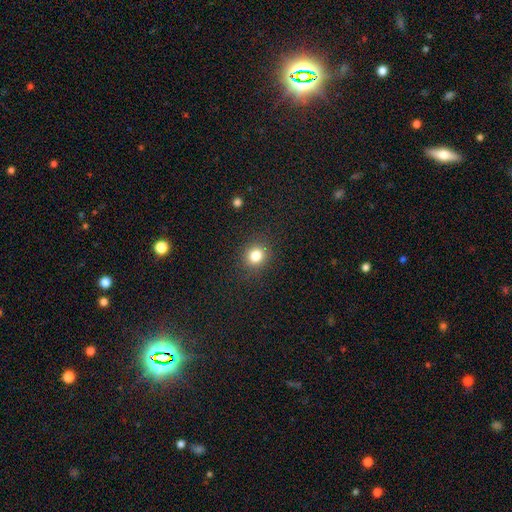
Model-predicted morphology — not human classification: smooth-or-featured: smooth: 82% | star or artifact: 12% | featured or disk: 6%
  how-rounded: round: 79% | in between: 20% | cigar-shaped: 1%
  merging: none: 88% | minor disturbance: 8% | major disturbance: 3% | merger: 1%